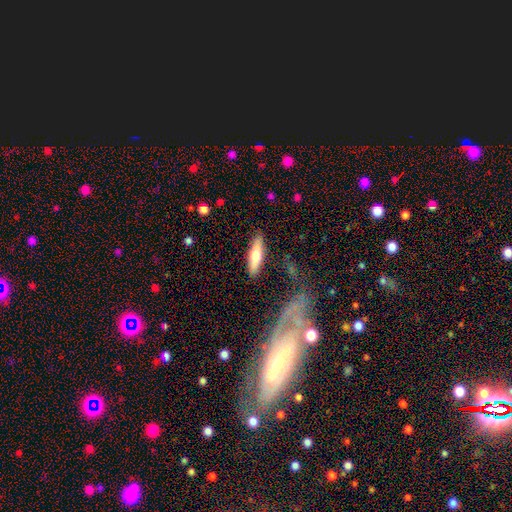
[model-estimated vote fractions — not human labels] Q: Smooth or featured?
A: smooth (56%); runner-up: featured or disk (39%)
Q: How rounded?
A: cigar-shaped (67%); runner-up: in between (31%)
Q: Merging?
A: none (87%); runner-up: minor disturbance (9%)